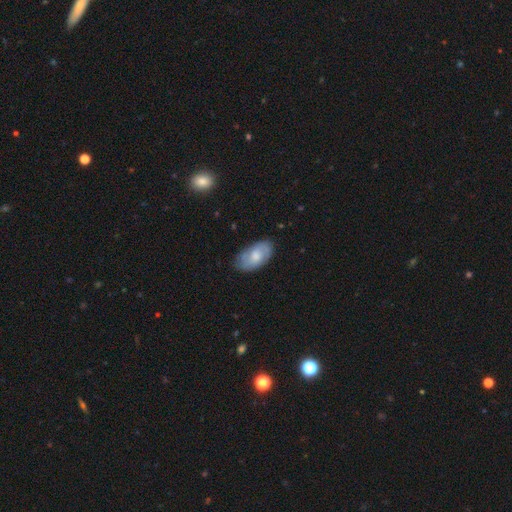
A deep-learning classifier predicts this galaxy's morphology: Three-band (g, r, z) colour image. It shows a smooth galaxy with no disk features (57%) that is in between round and cigar-shaped (94%). Merging: none (74%).